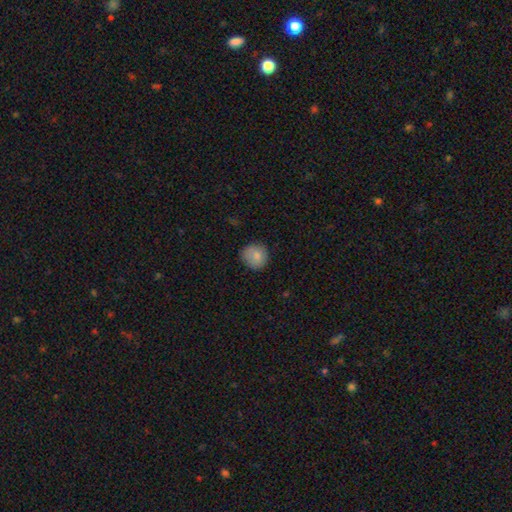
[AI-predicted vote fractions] Q: Smooth or featured?
A: smooth (82%); runner-up: featured or disk (10%)
Q: How rounded?
A: round (88%); runner-up: in between (11%)
Q: Merging?
A: none (81%); runner-up: minor disturbance (15%)